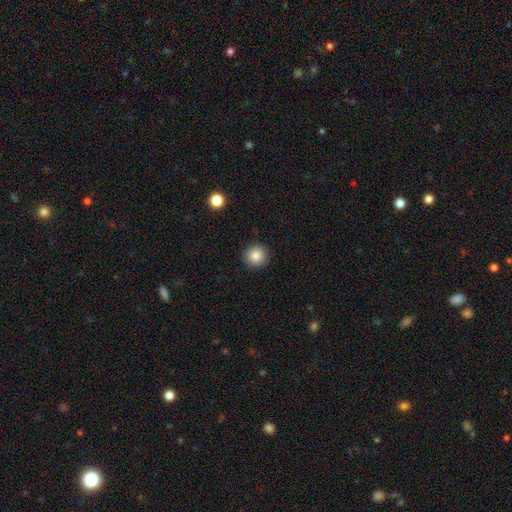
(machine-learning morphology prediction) The model was most divided on "smooth or featured": smooth: 84%, star or artifact: 10%, featured or disk: 6%. More confident: how rounded — round (94%); merging — none (92%).